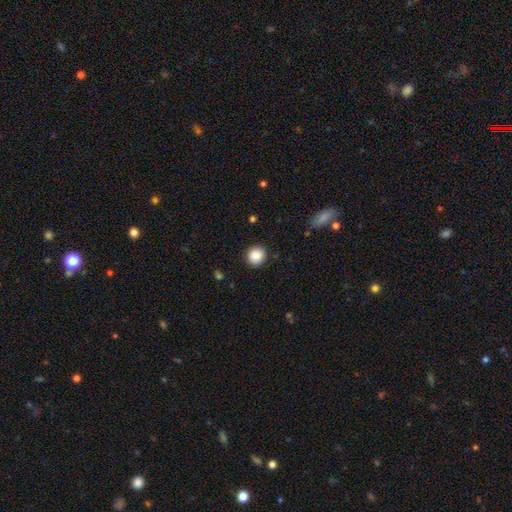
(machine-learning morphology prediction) smooth 87%, star or artifact 9%, featured or disk 4%. Down the decision tree: how rounded — round (87%); merging — none (89%).